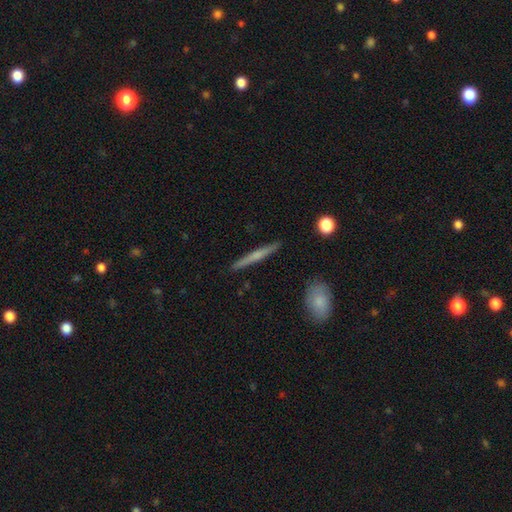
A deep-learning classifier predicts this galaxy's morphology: A featured or disk galaxy (53%) viewed edge-on (97%) with a rounded central bulge (51%).

Vote fractions:
- Smooth or featured? featured or disk: 53% / smooth: 41% / star or artifact: 6%
- Edge-on disk? yes: 97% / no: 3%
- Edge-on bulge? rounded: 51% / none: 42% / boxy: 7%
- Merging? none: 91% / minor disturbance: 6% / merger: 1% / major disturbance: 1%